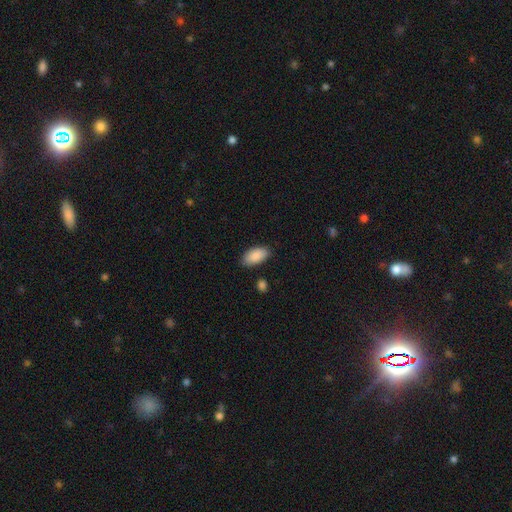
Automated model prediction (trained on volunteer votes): Smooth or featured? smooth (89%)
How rounded? in between (94%)
Merging? none (85%)